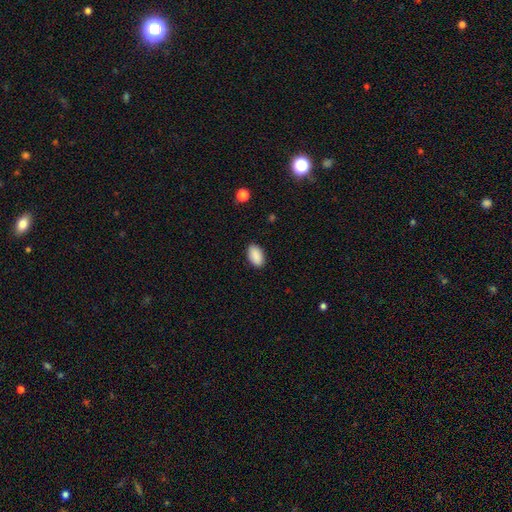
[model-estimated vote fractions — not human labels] Smooth or featured? smooth (90%)
How rounded? in between (94%)
Merging? none (88%)